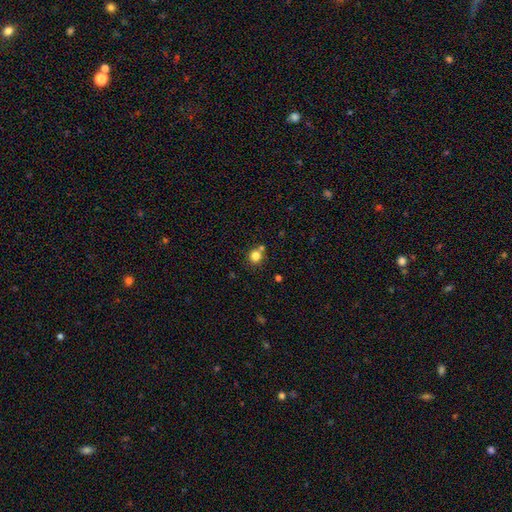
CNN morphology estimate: Overall: smooth (81%). How rounded: round (90%). Merging: none (71%).